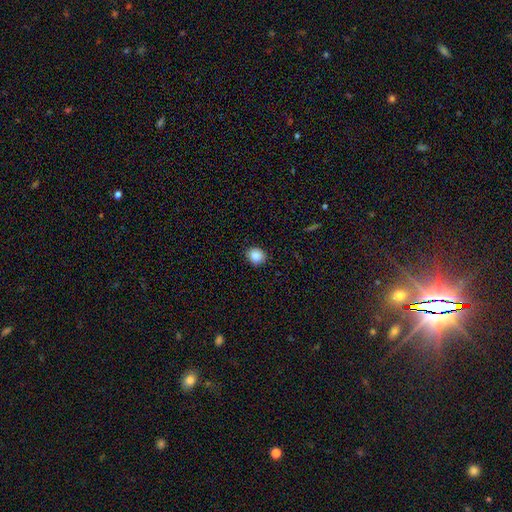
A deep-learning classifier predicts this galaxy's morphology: Q: Smooth or featured?
A: smooth (87%); runner-up: star or artifact (9%)
Q: How rounded?
A: round (81%); runner-up: in between (18%)
Q: Merging?
A: none (89%); runner-up: minor disturbance (8%)